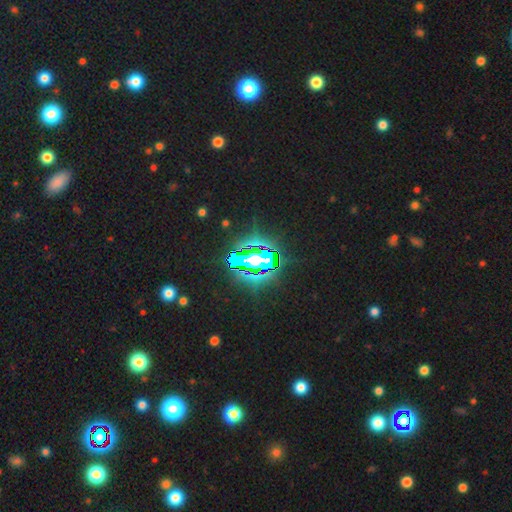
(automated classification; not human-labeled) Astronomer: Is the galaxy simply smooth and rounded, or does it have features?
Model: star or artifact — 77%.